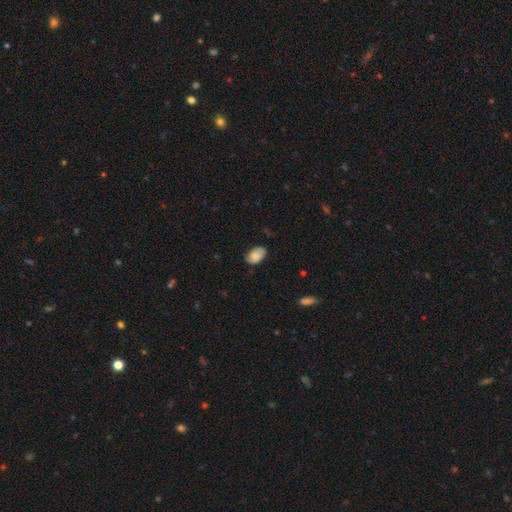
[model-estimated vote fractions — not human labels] smooth_or_featured: smooth (p=0.80) [alt: featured or disk p=0.13]
how_rounded: in between (p=0.90) [alt: round p=0.09]
merging: none (p=0.76) [alt: minor disturbance p=0.20]